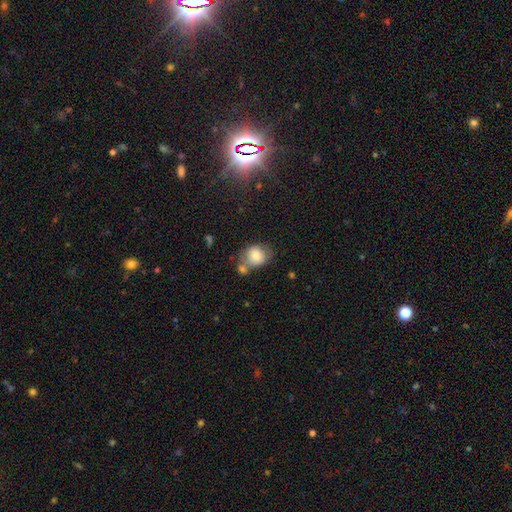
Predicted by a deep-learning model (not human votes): A smooth galaxy with no disk features (76%) that is round (64%).

Vote fractions:
- Smooth or featured? smooth: 76% / featured or disk: 15% / star or artifact: 9%
- How rounded? round: 64% / in between: 35% / cigar-shaped: 1%
- Merging? none: 48% / merger: 27% / minor disturbance: 18% / major disturbance: 7%